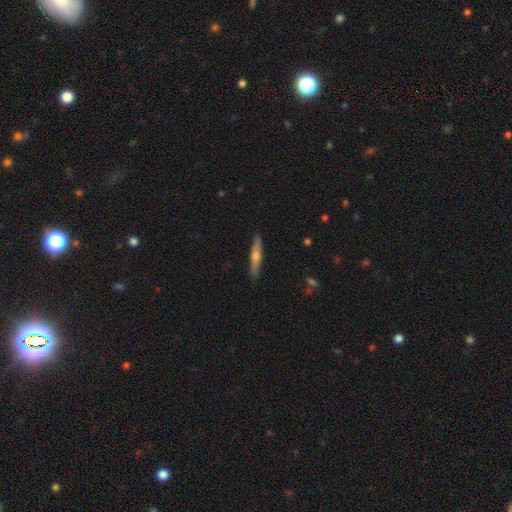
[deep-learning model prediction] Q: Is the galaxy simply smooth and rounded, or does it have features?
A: featured or disk — 53%.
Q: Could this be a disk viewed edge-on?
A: yes — 93%.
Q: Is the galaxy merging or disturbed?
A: none — 89%.